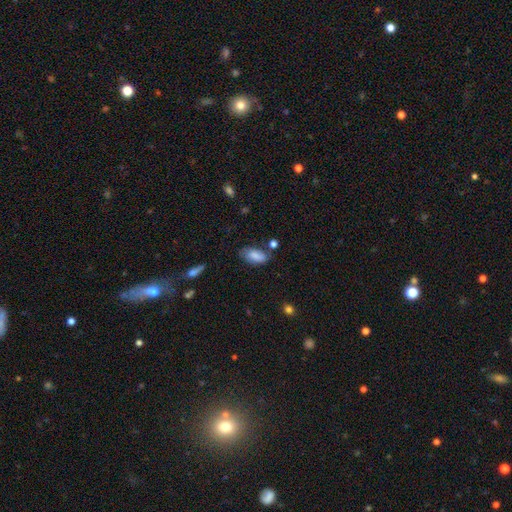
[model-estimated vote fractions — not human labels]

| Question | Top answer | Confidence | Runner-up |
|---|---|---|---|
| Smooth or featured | smooth | 84% | featured or disk (9%) |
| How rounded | in between | 92% | cigar-shaped (6%) |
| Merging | none | 65% | minor disturbance (24%) |